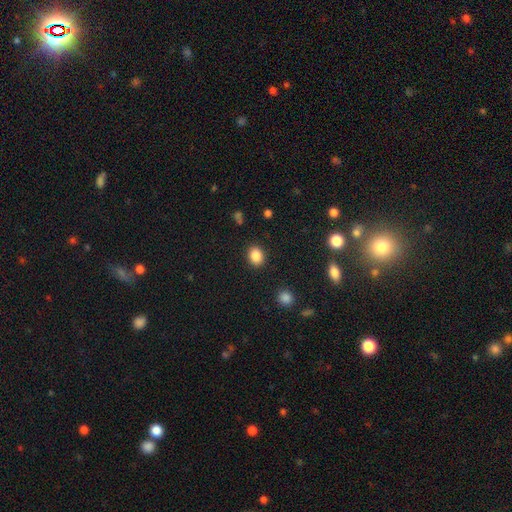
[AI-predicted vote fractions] Q: Smooth or featured?
A: smooth (86%); runner-up: star or artifact (10%)
Q: How rounded?
A: round (51%); runner-up: in between (48%)
Q: Merging?
A: none (88%); runner-up: minor disturbance (8%)